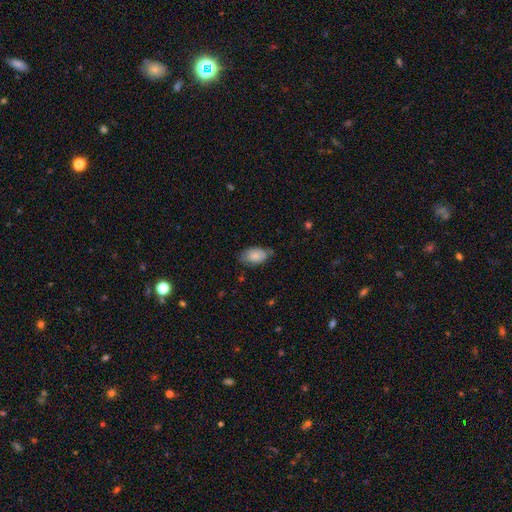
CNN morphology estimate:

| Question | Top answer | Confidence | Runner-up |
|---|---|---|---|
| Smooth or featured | smooth | 83% | featured or disk (10%) |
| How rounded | in between | 92% | round (7%) |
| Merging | none | 64% | minor disturbance (27%) |